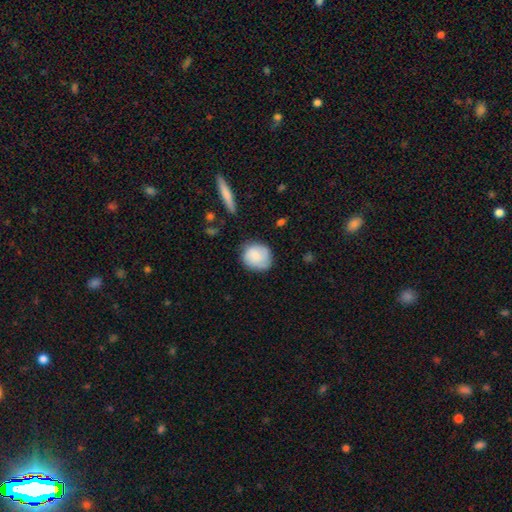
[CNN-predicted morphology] This is likely a smooth galaxy (75%). How rounded: clearly round (81%). Merging: likely none (71%).